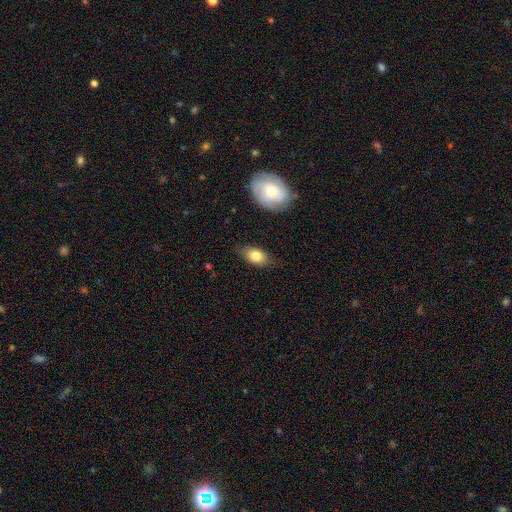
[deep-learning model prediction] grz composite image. It shows a smooth galaxy with no disk features (80%) that is in between round and cigar-shaped (87%). Merging: none (77%).